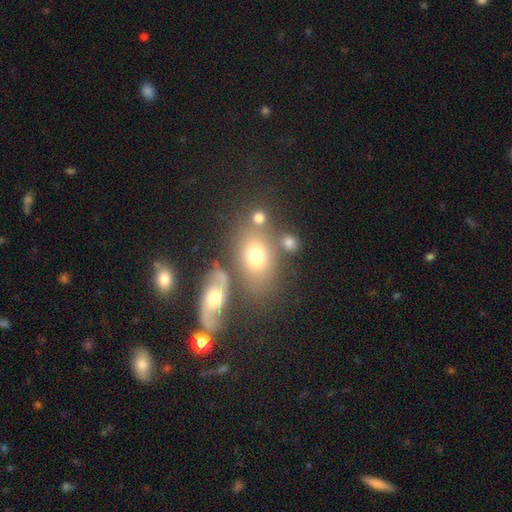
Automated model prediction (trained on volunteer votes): Smooth or featured: smooth — 69% (featured or disk — 19%)
How rounded: in between — 69% (round — 28%)
Merging: none — 56% (merger — 24%)